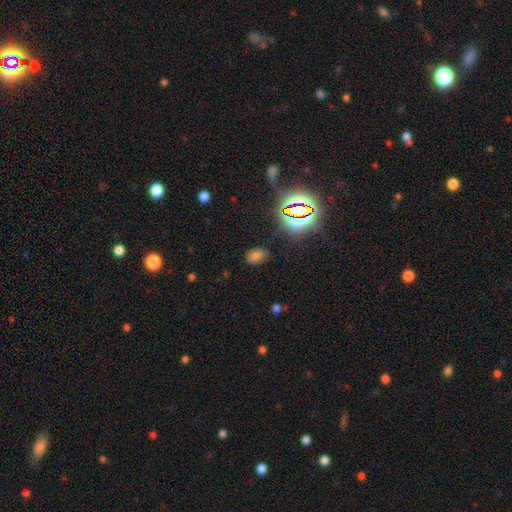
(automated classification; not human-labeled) smooth_or_featured: smooth (p=0.54) [alt: star or artifact p=0.37]
how_rounded: in between (p=0.78) [alt: round p=0.20]
merging: none (p=0.81) [alt: minor disturbance p=0.13]